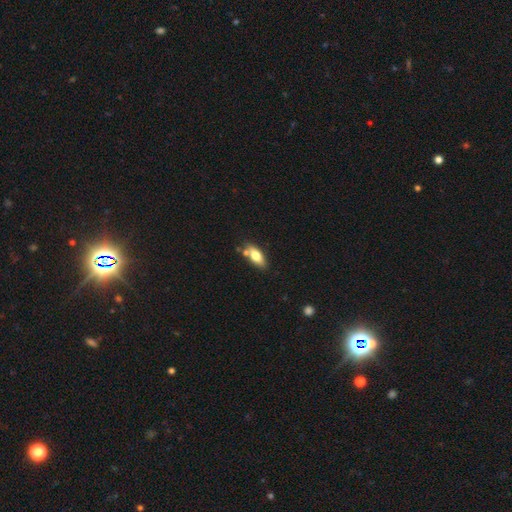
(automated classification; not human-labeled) smooth 71%, featured or disk 22%, star or artifact 7%. Down the decision tree: how rounded — in between (80%); merging — none (70%).